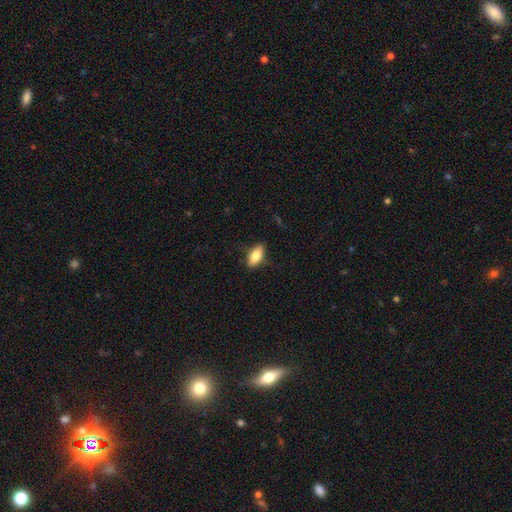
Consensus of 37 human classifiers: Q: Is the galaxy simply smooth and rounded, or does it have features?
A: smooth — 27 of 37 (73%).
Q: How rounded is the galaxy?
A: in between — 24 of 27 (89%).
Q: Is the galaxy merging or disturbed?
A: none — 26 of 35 (74%).